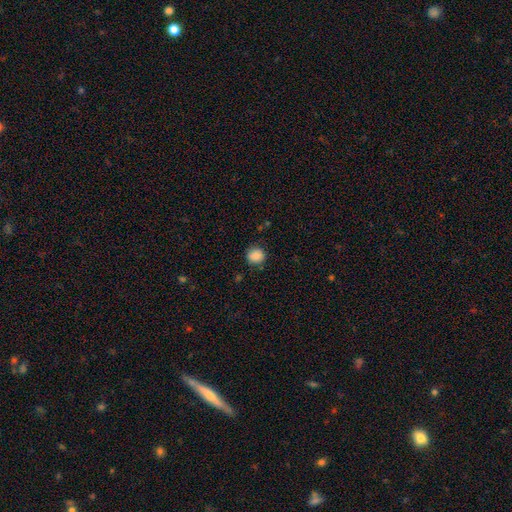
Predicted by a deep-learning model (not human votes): smooth-or-featured: smooth: 86% | star or artifact: 9% | featured or disk: 5%
  how-rounded: round: 89% | in between: 10% | cigar-shaped: 1%
  merging: none: 88% | minor disturbance: 8% | major disturbance: 2% | merger: 1%